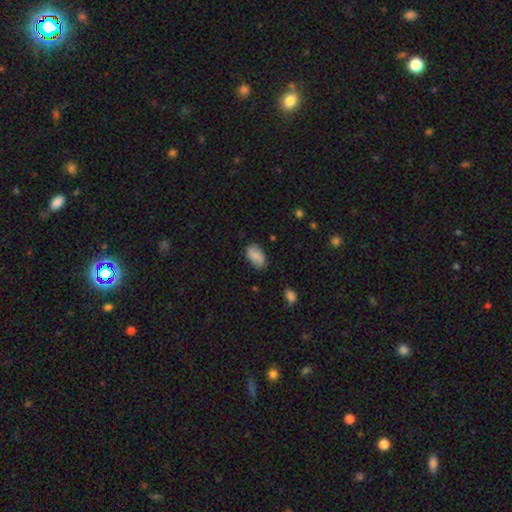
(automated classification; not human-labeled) smooth 81%, featured or disk 11%, star or artifact 7%. Down the decision tree: how rounded — in between (93%); merging — none (74%).